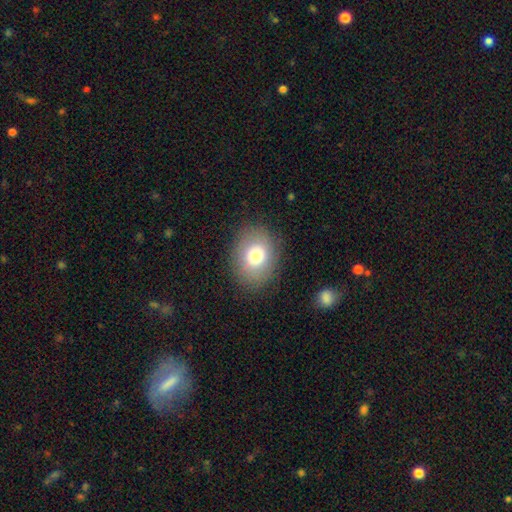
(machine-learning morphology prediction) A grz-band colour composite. It shows a smooth galaxy with no disk features (75%) that is in between round and cigar-shaped (50%). Merging: none (84%).